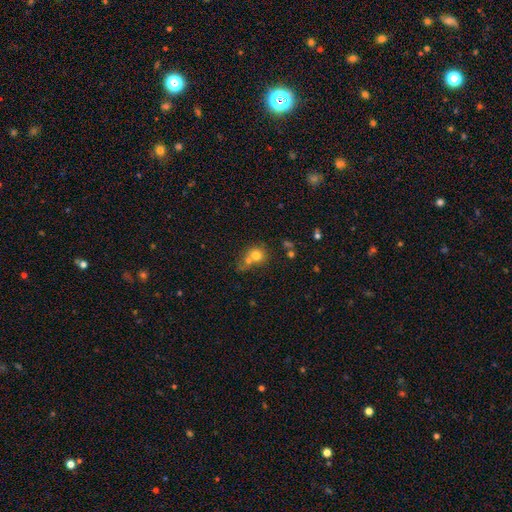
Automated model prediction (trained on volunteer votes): This appears to be a smooth galaxy with no disk features (73%) that is round (79%). Merging: merger (49%).